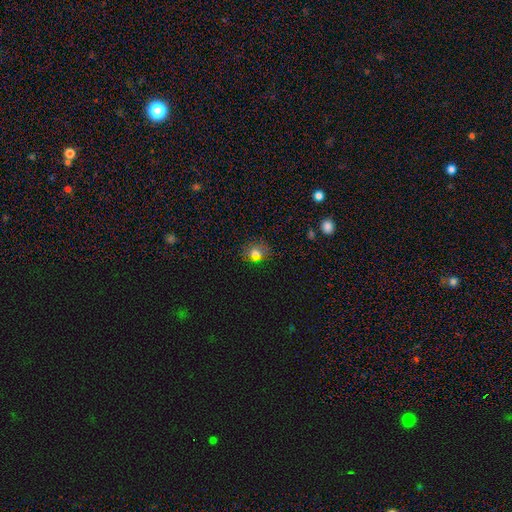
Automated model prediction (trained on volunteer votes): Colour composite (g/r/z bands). It shows a smooth galaxy with no disk features (65%) that is round (74%). Merging: none (80%).